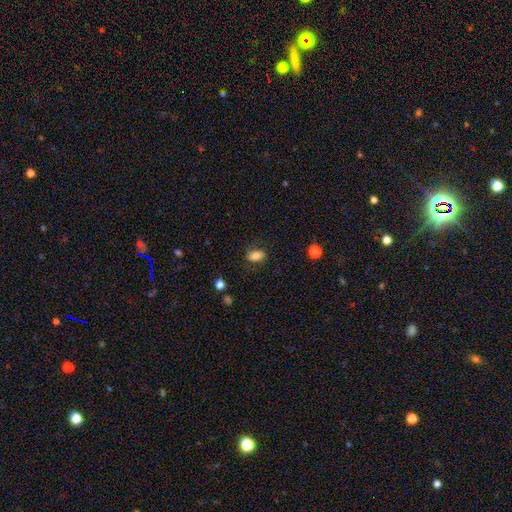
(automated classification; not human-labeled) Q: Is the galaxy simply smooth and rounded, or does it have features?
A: smooth — 76%.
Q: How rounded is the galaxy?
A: in between — 85%.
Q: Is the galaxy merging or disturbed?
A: none — 73%.